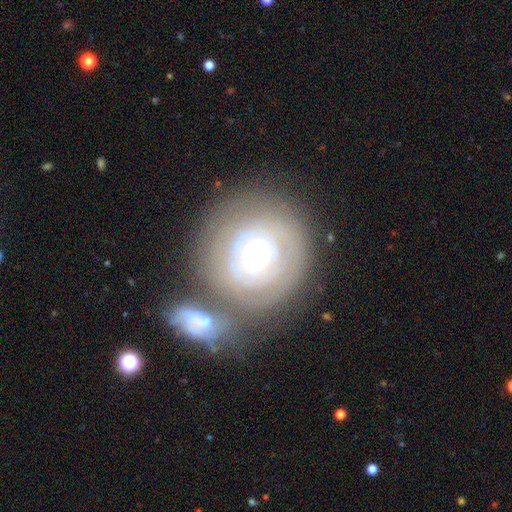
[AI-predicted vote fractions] Smooth or featured: featured or disk — 63% (smooth — 30%)
Edge-on disk: no — 96% (yes — 4%)
Bar: no — 86% (weak — 10%)
Spiral arms: no — 51% (yes — 49%)
Bulge size: moderate — 65% (large — 20%)
Merging: none — 53% (merger — 25%)